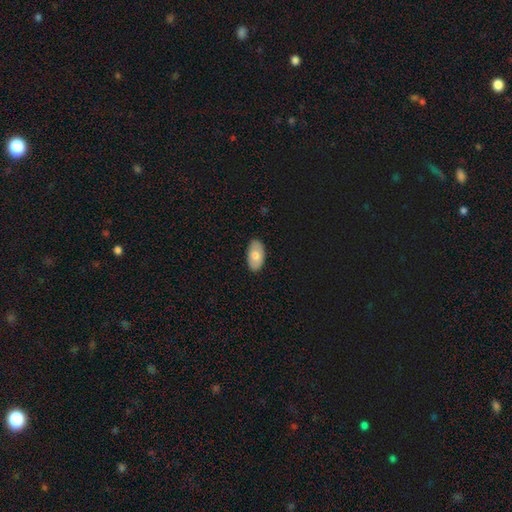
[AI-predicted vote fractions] This is likely a smooth galaxy (73%). How rounded: clearly in between (94%). Merging: clearly none (87%).